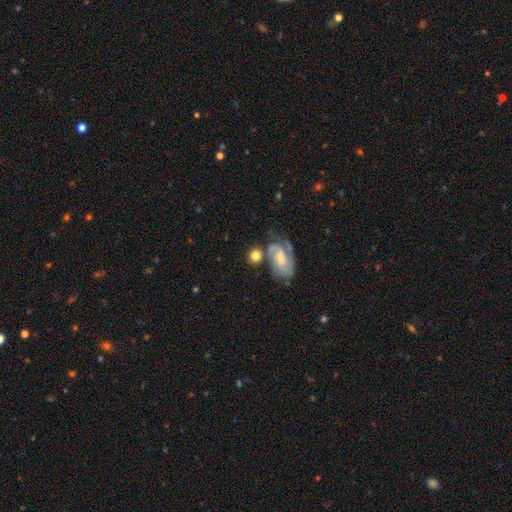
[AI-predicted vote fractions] Smooth or featured? Predicted: smooth (p=0.62). How rounded? Predicted: round (p=0.67). Merging? Predicted: none (p=0.56).